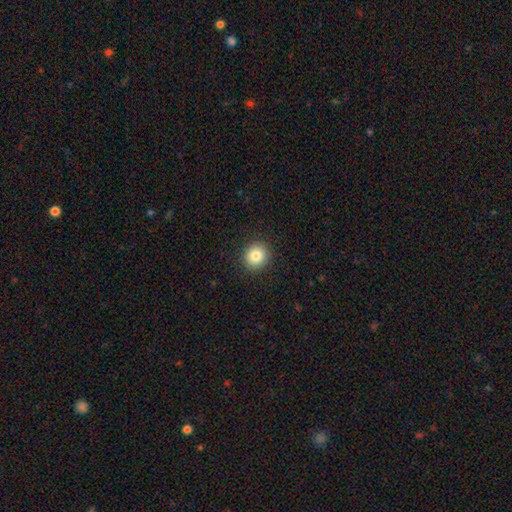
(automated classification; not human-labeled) smooth-or-featured: smooth: 84% | star or artifact: 10% | featured or disk: 6%
  how-rounded: round: 86% | in between: 13% | cigar-shaped: 1%
  merging: none: 91% | minor disturbance: 6% | major disturbance: 2% | merger: 1%